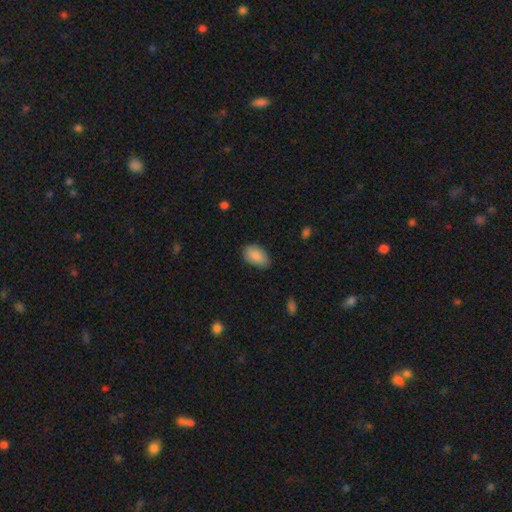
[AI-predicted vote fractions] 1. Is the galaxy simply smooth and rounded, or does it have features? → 88% smooth, 6% star or artifact, 6% featured or disk.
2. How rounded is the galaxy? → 91% in between, 8% round, 1% cigar-shaped.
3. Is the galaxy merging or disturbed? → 80% none, 16% minor disturbance, 3% major disturbance, 1% merger.